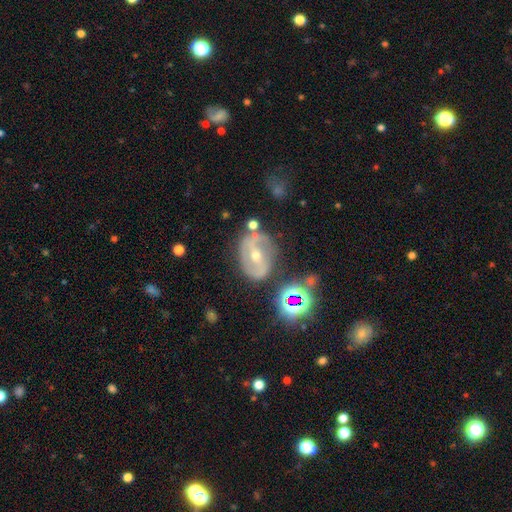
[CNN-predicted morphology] Q: Smooth or featured?
A: featured or disk (74%); runner-up: smooth (14%)
Q: Edge-on disk?
A: no (95%); runner-up: yes (5%)
Q: Bar?
A: strong (45%); runner-up: weak (35%)
Q: Spiral arms?
A: yes (78%); runner-up: no (22%)
Q: Spiral winding?
A: medium (45%); runner-up: tight (32%)
Q: Spiral arm count?
A: 2 (77%); runner-up: can't tell (14%)
Q: Bulge size?
A: moderate (52%); runner-up: small (44%)
Q: Merging?
A: none (68%); runner-up: minor disturbance (18%)